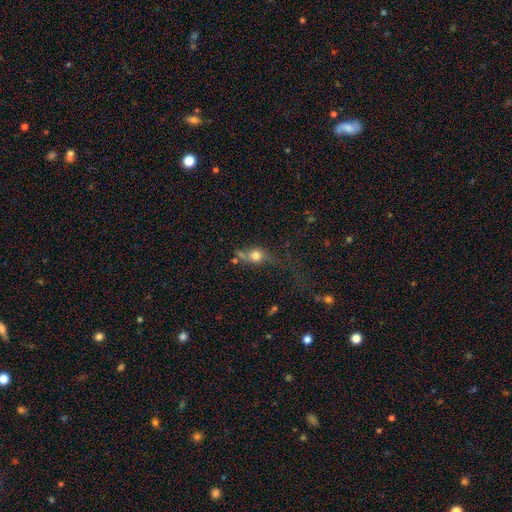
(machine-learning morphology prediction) The model was most divided on "merging": none: 39%, major disturbance: 24%, minor disturbance: 21%, merger: 16%. More confident: smooth or featured — smooth (64%); how rounded — round (59%).